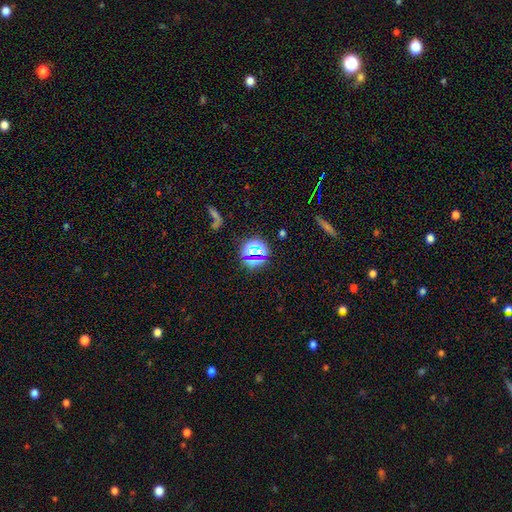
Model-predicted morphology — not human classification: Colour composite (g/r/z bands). It shows a star or artifact, not a galaxy (60%).